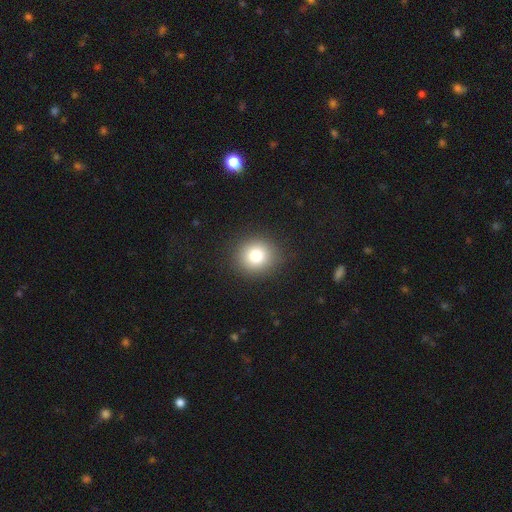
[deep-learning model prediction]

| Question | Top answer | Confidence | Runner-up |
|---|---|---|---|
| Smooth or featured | smooth | 80% | star or artifact (12%) |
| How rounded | round | 88% | in between (11%) |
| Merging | none | 90% | minor disturbance (7%) |